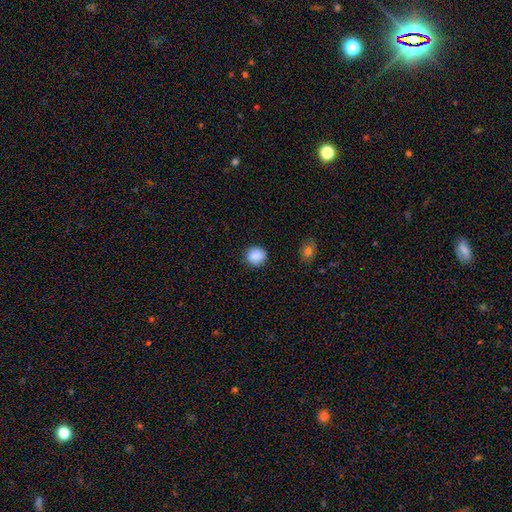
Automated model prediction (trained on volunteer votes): Smooth or featured? smooth (89%)
How rounded? round (88%)
Merging? none (87%)